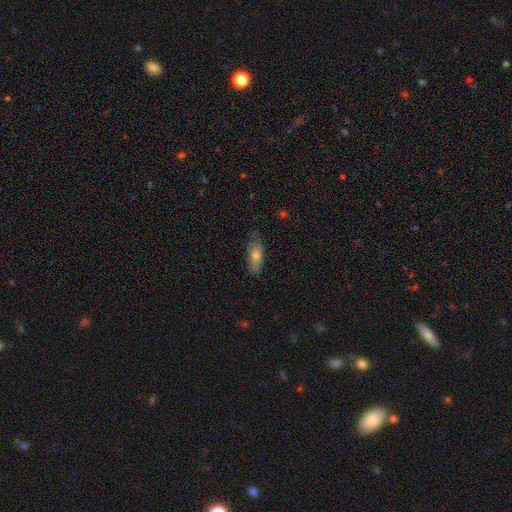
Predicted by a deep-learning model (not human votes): A smooth galaxy with no disk features (67%) that is in between round and cigar-shaped (70%).

Vote fractions:
- Smooth or featured? smooth: 67% / featured or disk: 26% / star or artifact: 8%
- How rounded? in between: 70% / cigar-shaped: 27% / round: 3%
- Merging? none: 77% / minor disturbance: 19% / major disturbance: 3% / merger: 1%